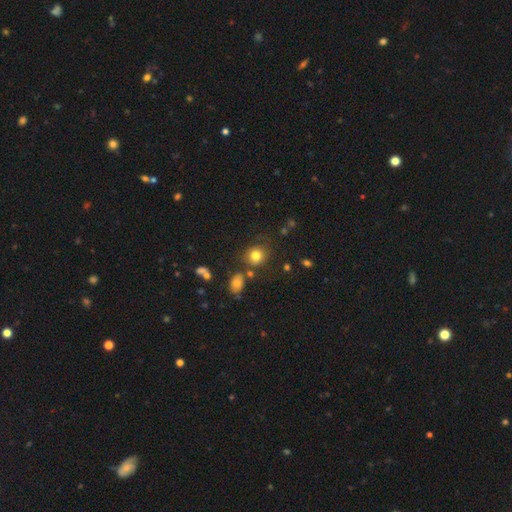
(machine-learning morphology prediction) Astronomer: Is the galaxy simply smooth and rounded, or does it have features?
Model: smooth — 79%.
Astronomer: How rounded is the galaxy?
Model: round — 79%.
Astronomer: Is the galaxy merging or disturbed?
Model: none — 73%.